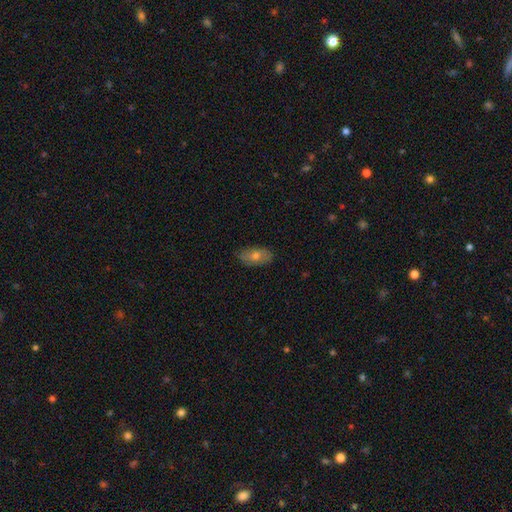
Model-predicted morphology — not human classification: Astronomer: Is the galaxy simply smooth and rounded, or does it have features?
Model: smooth — 65%.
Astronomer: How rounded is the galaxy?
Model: in between — 90%.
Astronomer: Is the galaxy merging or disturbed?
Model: none — 84%.